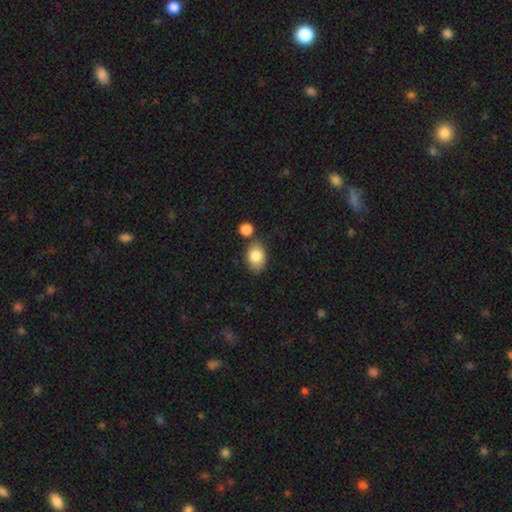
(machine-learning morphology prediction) The model was most divided on "merging": none: 69%, minor disturbance: 16%, merger: 12%, major disturbance: 4%. More confident: smooth or featured — smooth (83%); how rounded — in between (79%).